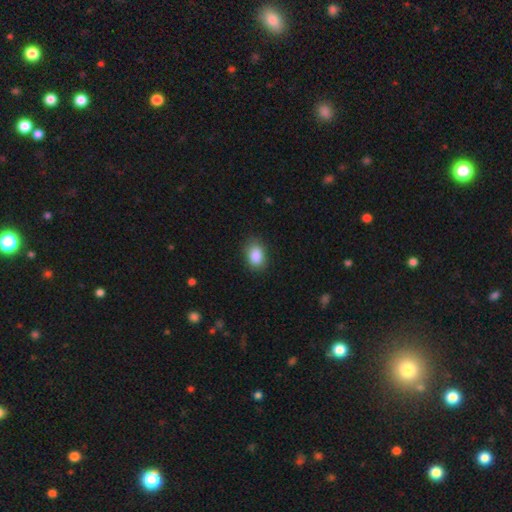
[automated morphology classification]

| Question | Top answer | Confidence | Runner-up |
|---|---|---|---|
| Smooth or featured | smooth | 88% | star or artifact (8%) |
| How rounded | in between | 79% | round (19%) |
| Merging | none | 81% | minor disturbance (14%) |